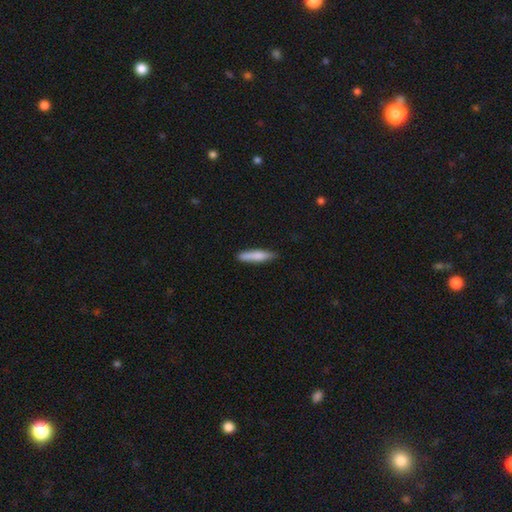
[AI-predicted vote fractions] smooth-or-featured: smooth: 78% | featured or disk: 16% | star or artifact: 6%
  how-rounded: cigar-shaped: 85% | in between: 13% | round: 1%
  merging: none: 83% | minor disturbance: 14% | major disturbance: 2% | merger: 2%